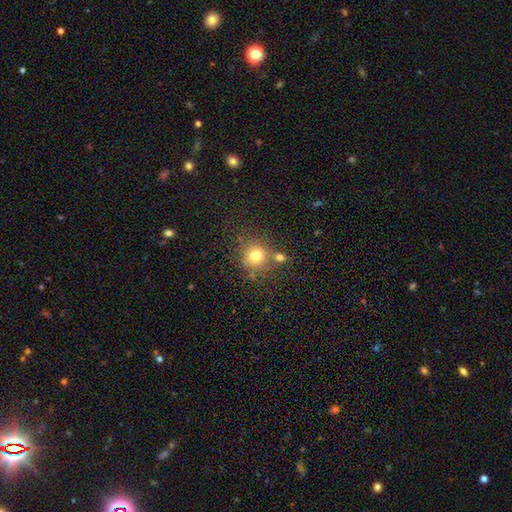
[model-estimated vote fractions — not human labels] smooth-or-featured: smooth: 77% | star or artifact: 14% | featured or disk: 9%
  how-rounded: round: 89% | in between: 10% | cigar-shaped: 1%
  merging: none: 70% | merger: 15% | minor disturbance: 11% | major disturbance: 4%